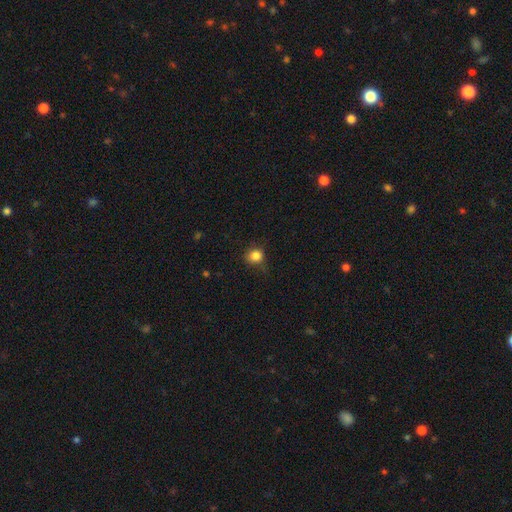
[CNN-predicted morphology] type=smooth (84%); roundness=round (86%); merging=none (78%).